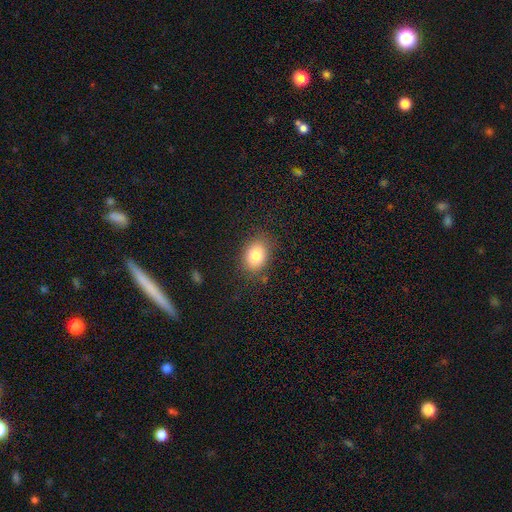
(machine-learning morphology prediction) Q: Smooth or featured?
A: smooth (83%); runner-up: star or artifact (9%)
Q: How rounded?
A: in between (71%); runner-up: round (28%)
Q: Merging?
A: none (82%); runner-up: minor disturbance (13%)